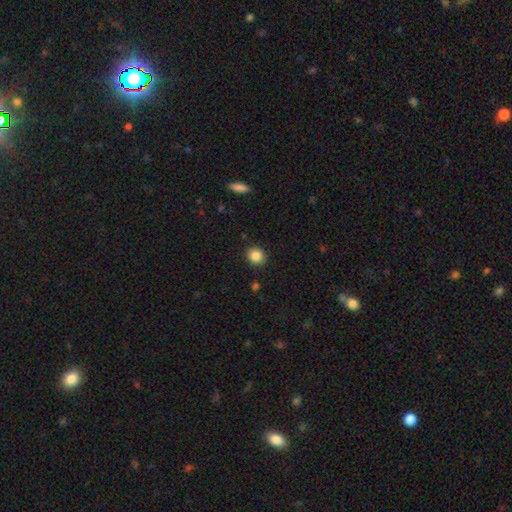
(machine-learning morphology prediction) smooth-or-featured: smooth: 86% | star or artifact: 10% | featured or disk: 5%
  how-rounded: round: 83% | in between: 16% | cigar-shaped: 1%
  merging: none: 90% | minor disturbance: 7% | major disturbance: 2% | merger: 1%